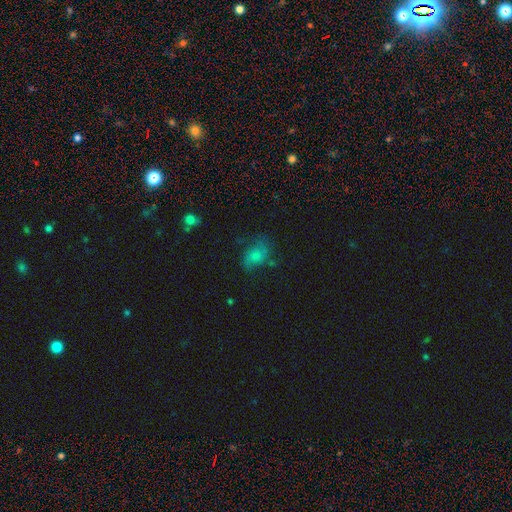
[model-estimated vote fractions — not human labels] Smooth or featured?
  - smooth: 51% *
  - featured or disk: 31%
  - star or artifact: 19%
How rounded?
  - in between: 73% *
  - round: 25%
  - cigar-shaped: 2%
Merging?
  - none: 59% *
  - minor disturbance: 24%
  - major disturbance: 14%
  - merger: 3%